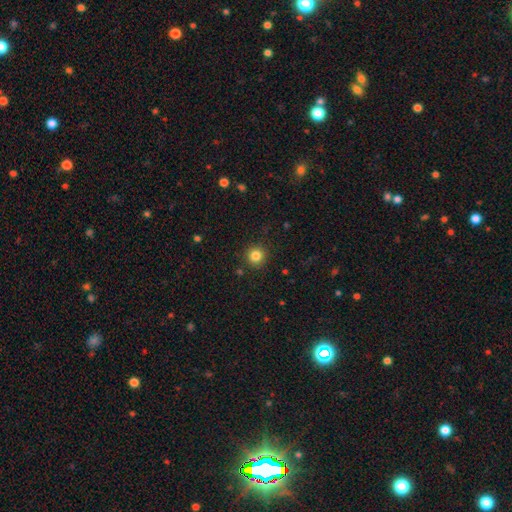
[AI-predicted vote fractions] This appears to be a smooth galaxy with no disk features (83%) that is round (95%). Merging: none (91%).